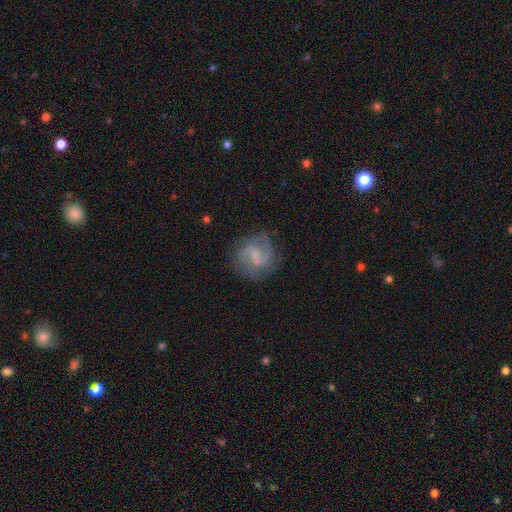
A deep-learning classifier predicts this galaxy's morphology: A featured or disk galaxy (79%) with a weak bar (59%), 2 (86%) medium (49%) spiral arms (92%) and a small central bulge (60%). Merging: none (76%).